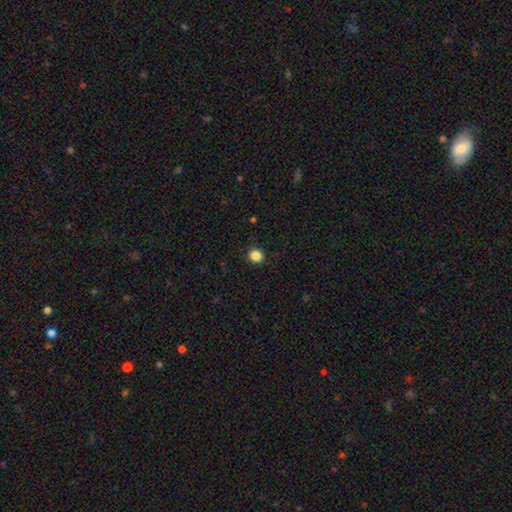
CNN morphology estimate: smooth_or_featured: smooth (p=0.86) [alt: star or artifact p=0.11]
how_rounded: round (p=0.78) [alt: in between p=0.21]
merging: none (p=0.91) [alt: minor disturbance p=0.06]